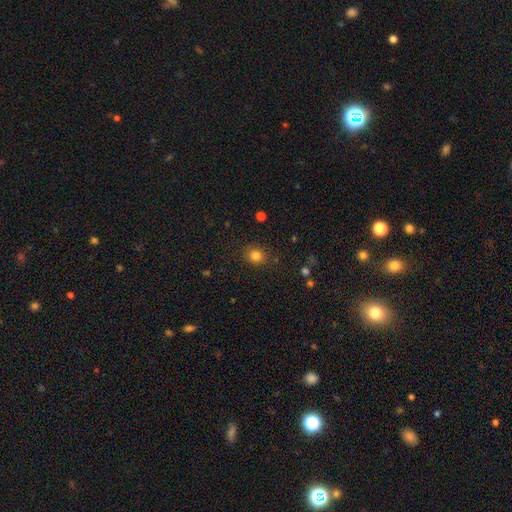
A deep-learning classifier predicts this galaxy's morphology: smooth-or-featured: smooth: 82% | star or artifact: 13% | featured or disk: 5%
  how-rounded: round: 77% | in between: 22% | cigar-shaped: 1%
  merging: none: 85% | minor disturbance: 10% | major disturbance: 3% | merger: 2%